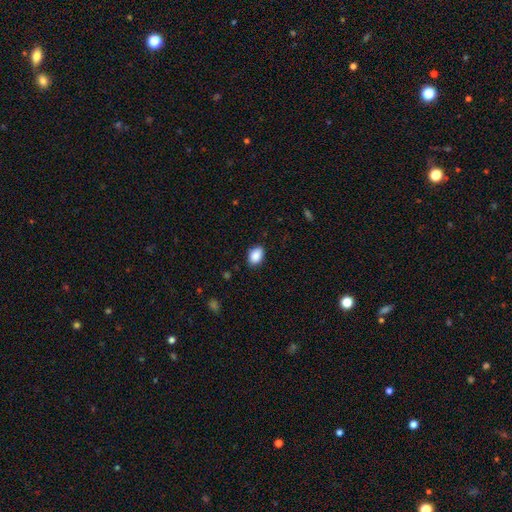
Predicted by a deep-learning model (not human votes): Smooth or featured? Predicted: smooth (p=0.89). How rounded? Predicted: in between (p=0.79). Merging? Predicted: none (p=0.85).